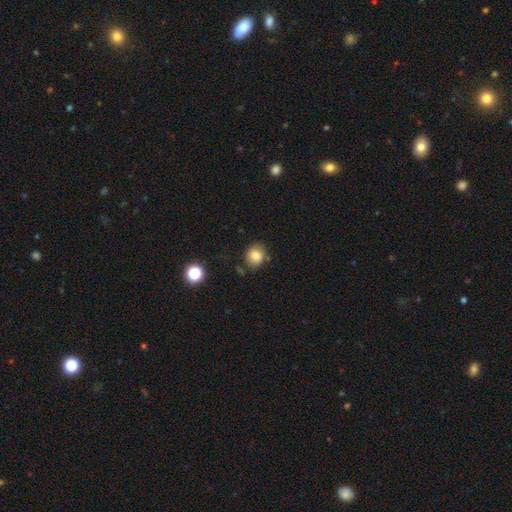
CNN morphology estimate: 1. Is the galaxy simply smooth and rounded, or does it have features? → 82% smooth, 11% star or artifact, 7% featured or disk.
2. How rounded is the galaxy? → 69% round, 30% in between, 1% cigar-shaped.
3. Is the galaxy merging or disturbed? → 73% none, 17% minor disturbance, 5% merger, 4% major disturbance.